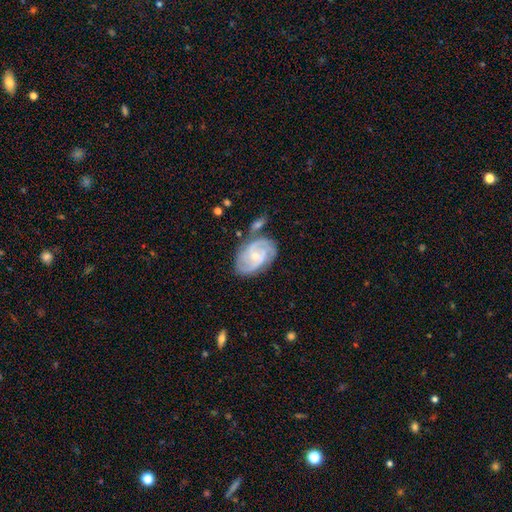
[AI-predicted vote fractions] featured or disk 83%, smooth 12%, star or artifact 5%. Down the decision tree: edge-on disk — no (97%); bar — no (47%); spiral arms — yes (96%); spiral arm count — 2 (42%); spiral winding — tight (44%, tied with medium); bulge size — small (60%); merging — none (61%).